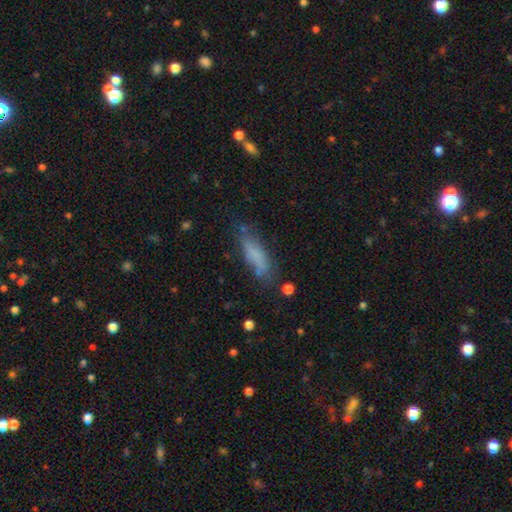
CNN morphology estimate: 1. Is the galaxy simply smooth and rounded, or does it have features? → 72% smooth, 18% featured or disk, 10% star or artifact.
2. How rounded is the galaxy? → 52% cigar-shaped, 46% in between, 2% round.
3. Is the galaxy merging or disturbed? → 58% none, 26% minor disturbance, 11% major disturbance, 4% merger.